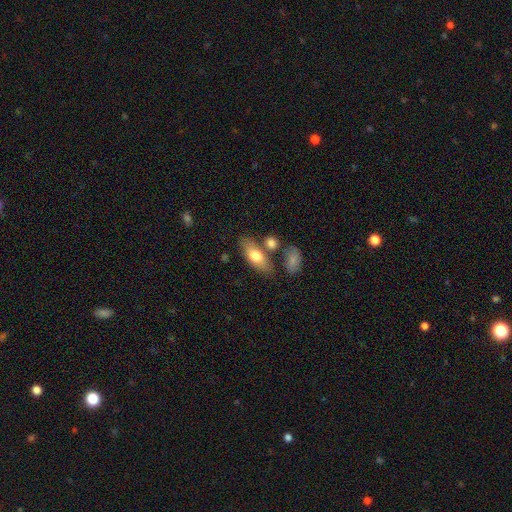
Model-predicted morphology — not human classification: The model was most divided on "smooth or featured": smooth: 71%, featured or disk: 23%, star or artifact: 6%. More confident: how rounded — in between (76%); merging — none (68%).